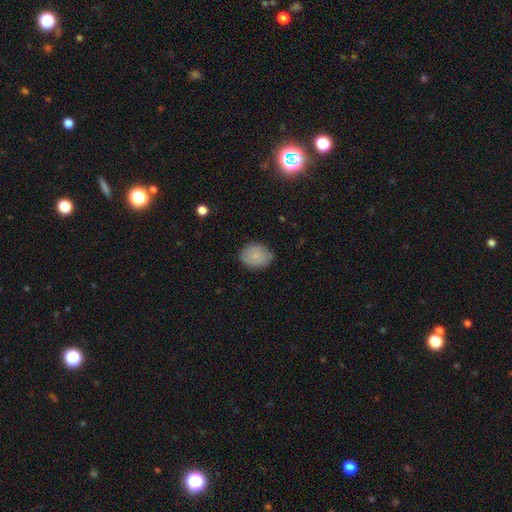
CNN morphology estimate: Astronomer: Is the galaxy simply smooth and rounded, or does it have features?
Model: smooth — 84%.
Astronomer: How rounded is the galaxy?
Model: in between — 57% (runner-up: round, 42%).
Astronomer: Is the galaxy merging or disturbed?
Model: none — 79%.